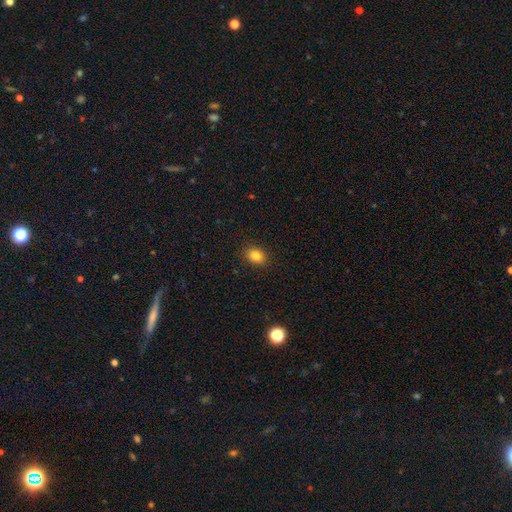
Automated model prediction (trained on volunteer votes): The model was most divided on "how rounded": in between: 59%, round: 40%, cigar-shaped: 1%. More confident: merging — none (89%); smooth or featured — smooth (83%).